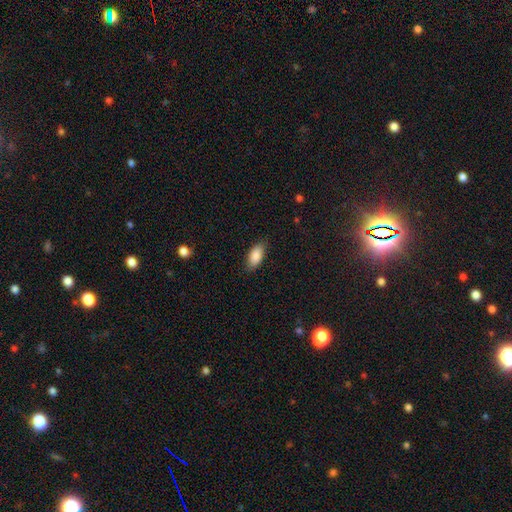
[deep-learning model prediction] This is clearly a smooth galaxy (87%). How rounded: clearly in between (89%). Merging: clearly none (84%).